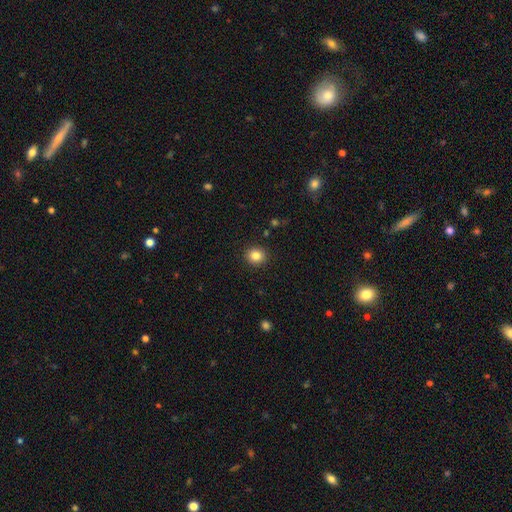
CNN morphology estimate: Overall: smooth (84%). How rounded: round (84%). Merging: none (91%).